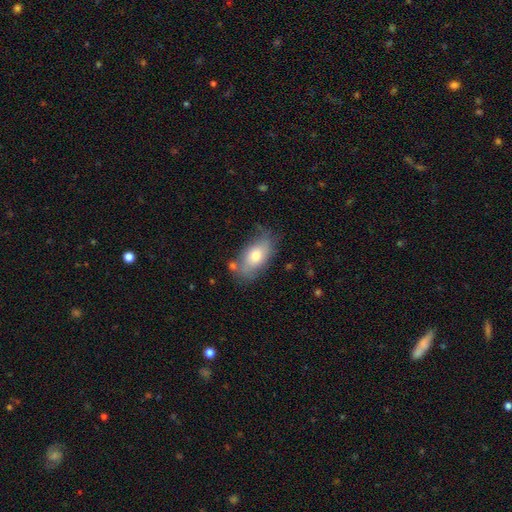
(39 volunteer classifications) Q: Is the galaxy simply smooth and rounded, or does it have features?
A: smooth — 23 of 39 (59%).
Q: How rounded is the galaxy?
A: in between — 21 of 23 (91%).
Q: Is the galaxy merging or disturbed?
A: none — 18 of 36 (50%).